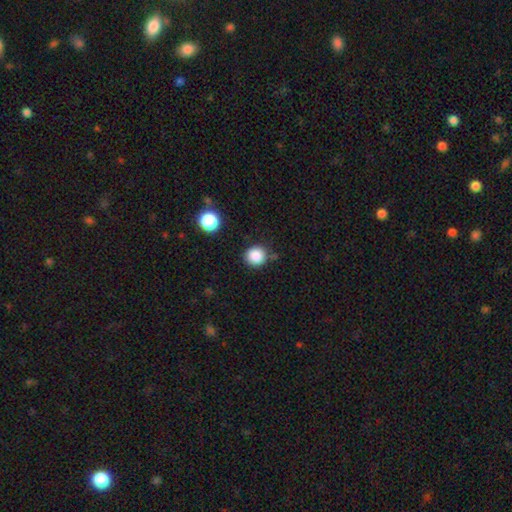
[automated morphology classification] This is clearly a smooth galaxy (86%). How rounded: clearly round (93%). Merging: clearly none (83%).